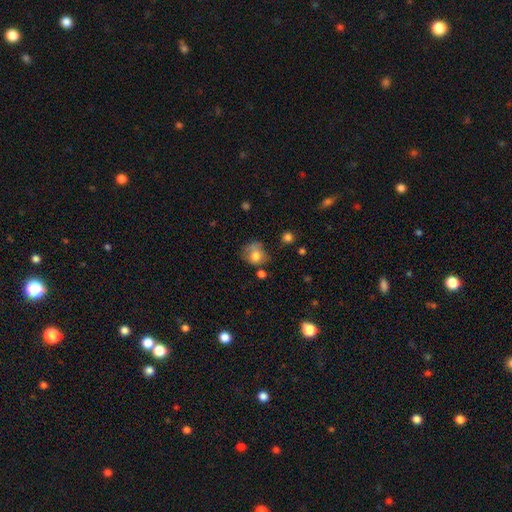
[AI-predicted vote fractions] Smooth or featured? smooth (72%)
How rounded? round (67%)
Merging? none (44%)